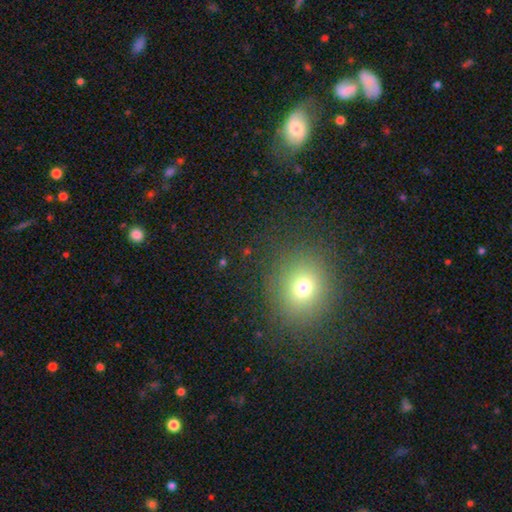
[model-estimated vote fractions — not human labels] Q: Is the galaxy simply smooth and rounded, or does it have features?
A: smooth — 63%.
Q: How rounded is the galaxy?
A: round — 81%.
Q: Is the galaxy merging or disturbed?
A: none — 90%.